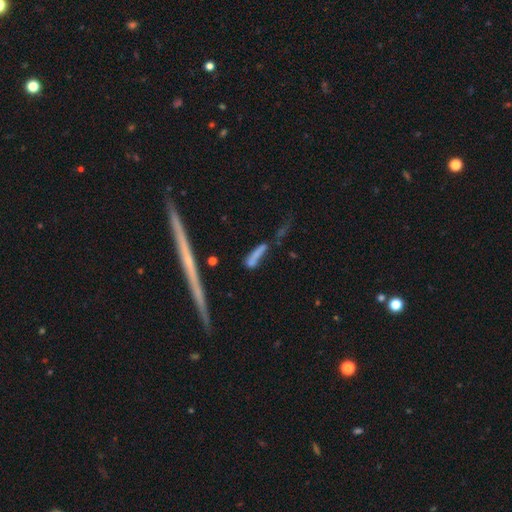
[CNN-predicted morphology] This appears to be a smooth galaxy with no disk features (63%) that is cigar-shaped (80%). Merging: none (42%).